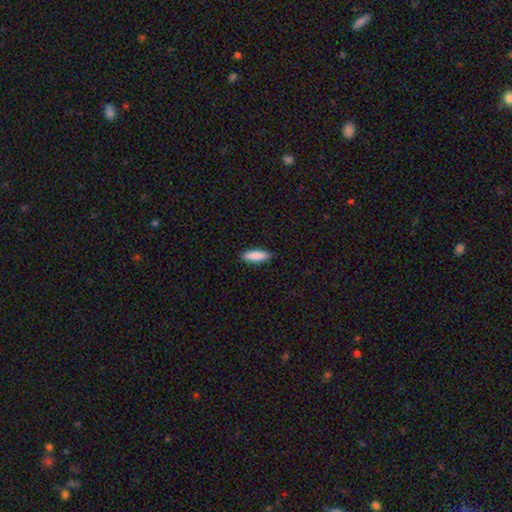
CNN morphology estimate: Smooth or featured: smooth — 89% (star or artifact — 6%)
How rounded: in between — 50% (cigar-shaped — 49%)
Merging: none — 89% (minor disturbance — 8%)